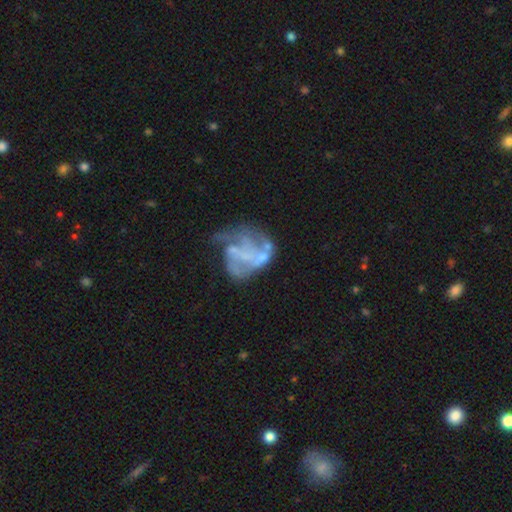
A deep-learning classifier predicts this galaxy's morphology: type=featured or disk (70%); edge-on=no (98%); bar=no (68%); spiral arms=no (50%, tied with yes); bulge=none (63%); merging=major disturbance (38%).